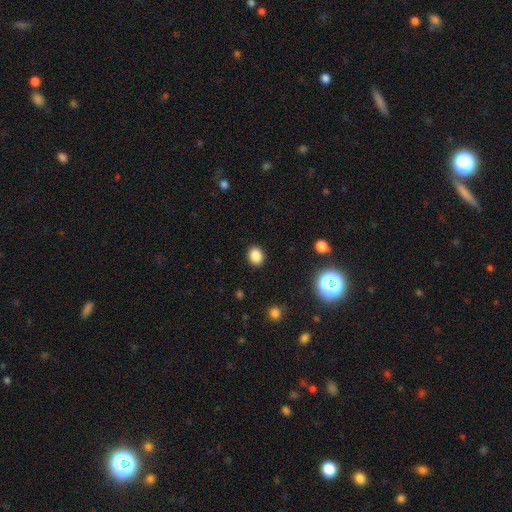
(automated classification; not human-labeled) Overall: smooth (85%). How rounded: round (59%; in between 40%). Merging: none (89%).